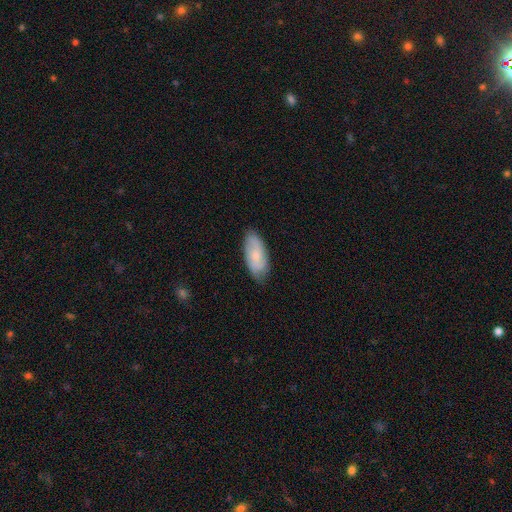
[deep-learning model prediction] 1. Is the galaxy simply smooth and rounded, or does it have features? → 58% smooth, 35% featured or disk, 6% star or artifact.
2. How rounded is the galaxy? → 87% in between, 11% cigar-shaped, 2% round.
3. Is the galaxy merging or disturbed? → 78% none, 17% minor disturbance, 3% major disturbance, 1% merger.